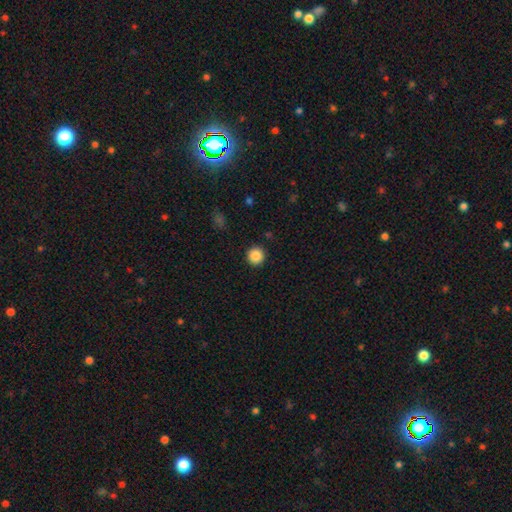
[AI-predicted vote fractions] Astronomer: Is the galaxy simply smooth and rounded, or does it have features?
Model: smooth — 87%.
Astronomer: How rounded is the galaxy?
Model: round — 94%.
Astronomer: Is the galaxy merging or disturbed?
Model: none — 92%.